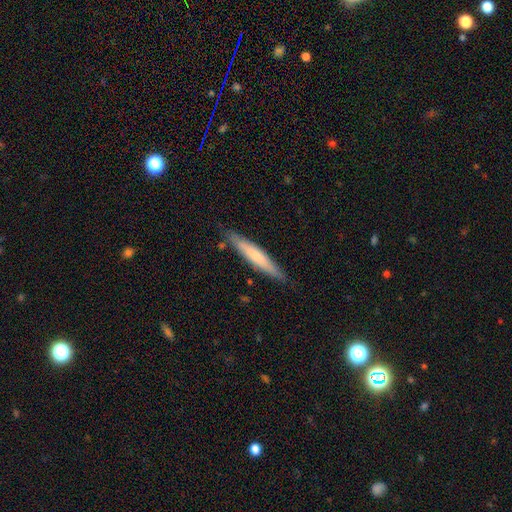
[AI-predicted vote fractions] Smooth or featured: smooth — 62% (featured or disk — 33%)
How rounded: cigar-shaped — 93% (in between — 6%)
Merging: none — 86% (minor disturbance — 10%)